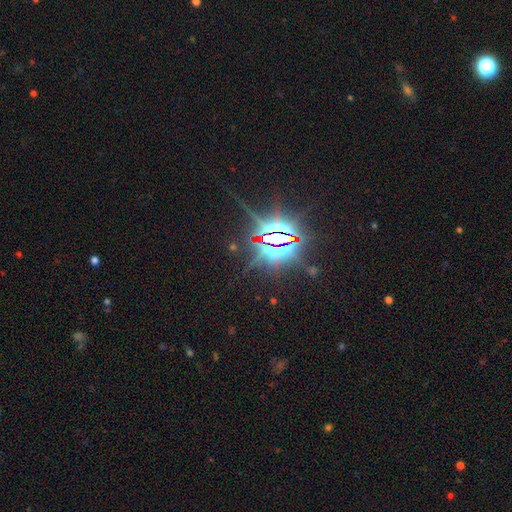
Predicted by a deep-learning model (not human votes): This is clearly a star or artifact rather than a galaxy (87%).